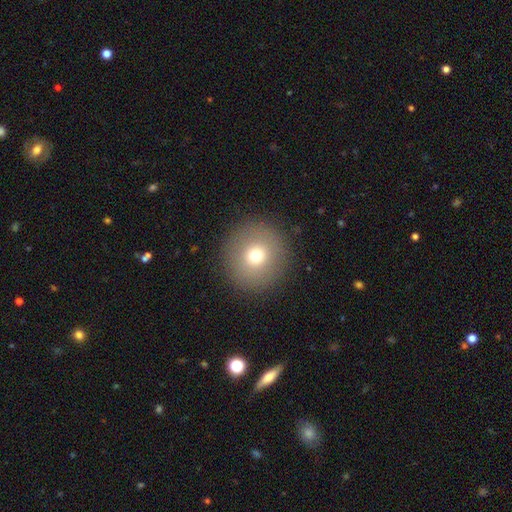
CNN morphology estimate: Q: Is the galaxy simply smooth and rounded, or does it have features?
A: smooth — 72%.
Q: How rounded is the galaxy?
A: round — 95%.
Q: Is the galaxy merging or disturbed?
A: none — 91%.